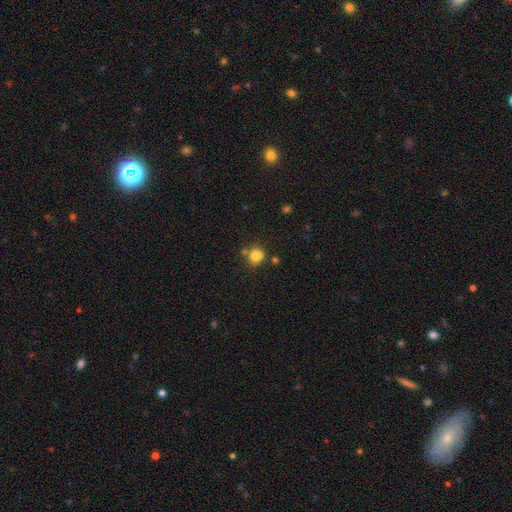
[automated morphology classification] Smooth or featured? Predicted: smooth (p=0.80). How rounded? Predicted: round (p=0.65). Merging? Predicted: none (p=0.58).